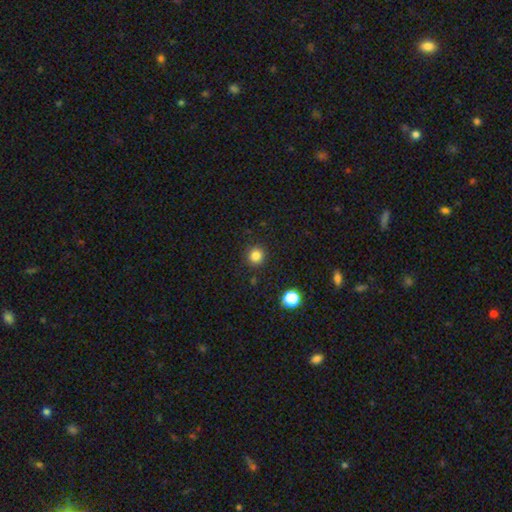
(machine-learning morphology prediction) This is clearly a smooth galaxy (83%). How rounded: clearly round (94%). Merging: clearly none (90%).